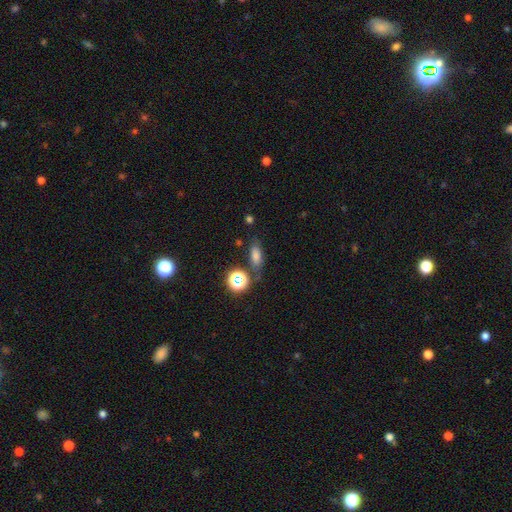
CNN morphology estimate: type=smooth (65%); roundness=in between (63%); merging=none (73%).